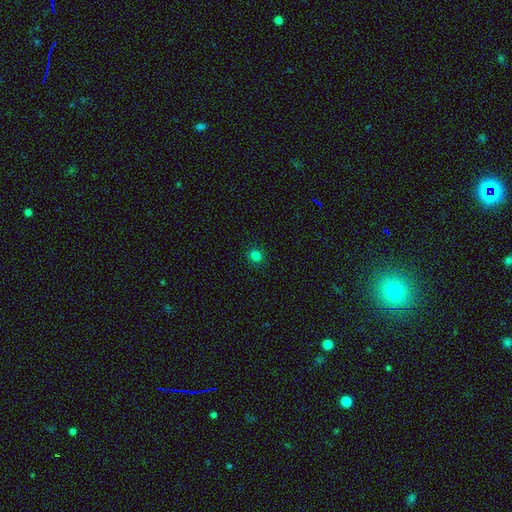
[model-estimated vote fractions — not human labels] This appears to be a smooth galaxy with no disk features (81%) that is round (74%). Merging: none (90%).